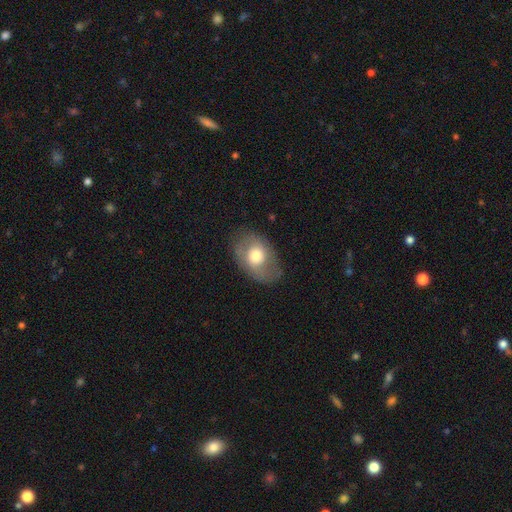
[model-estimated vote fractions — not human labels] Smooth or featured?
  - smooth: 61% *
  - featured or disk: 32%
  - star or artifact: 7%
How rounded?
  - in between: 80% *
  - round: 18%
  - cigar-shaped: 1%
Merging?
  - none: 73% *
  - minor disturbance: 18%
  - major disturbance: 8%
  - merger: 1%